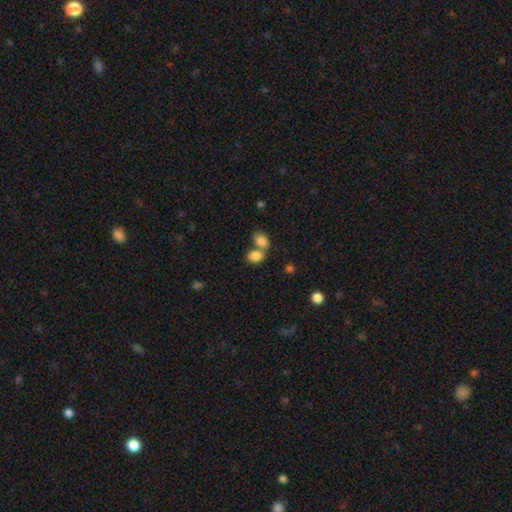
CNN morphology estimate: Q: Smooth or featured?
A: smooth (83%); runner-up: star or artifact (9%)
Q: How rounded?
A: in between (70%); runner-up: round (29%)
Q: Merging?
A: merger (55%); runner-up: none (34%)